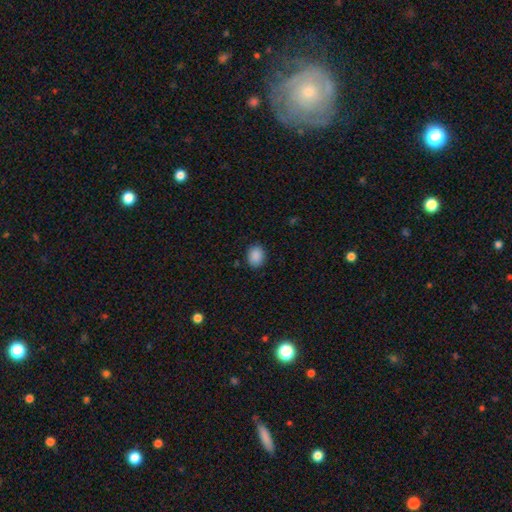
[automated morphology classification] type=smooth (89%); roundness=in between (54%); merging=none (87%).